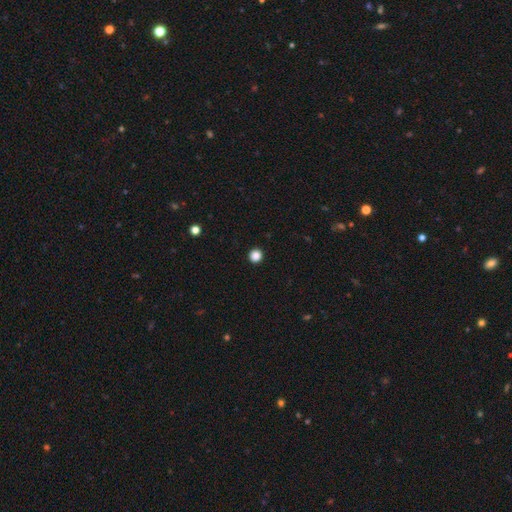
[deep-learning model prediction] Smooth or featured? Predicted: smooth (p=0.86). How rounded? Predicted: round (p=0.95). Merging? Predicted: none (p=0.94).